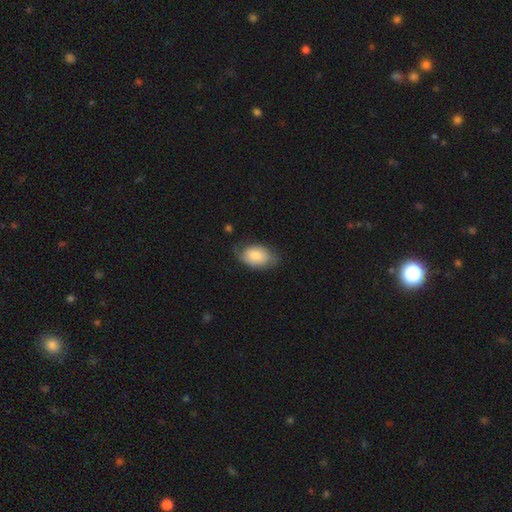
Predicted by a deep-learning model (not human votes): Overall: smooth (74%). How rounded: in between (89%). Merging: none (59%; minor disturbance 30%).